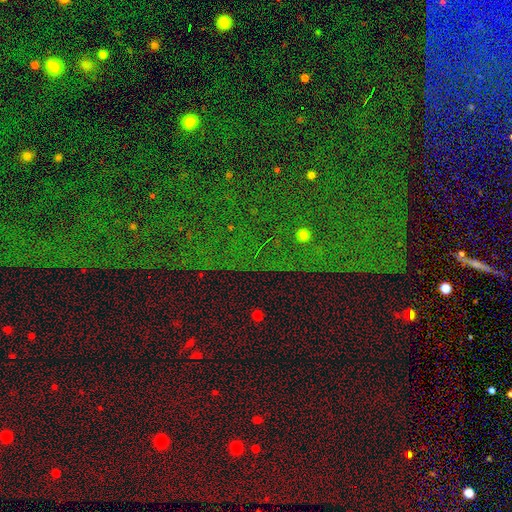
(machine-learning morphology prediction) type=star or artifact (84%).